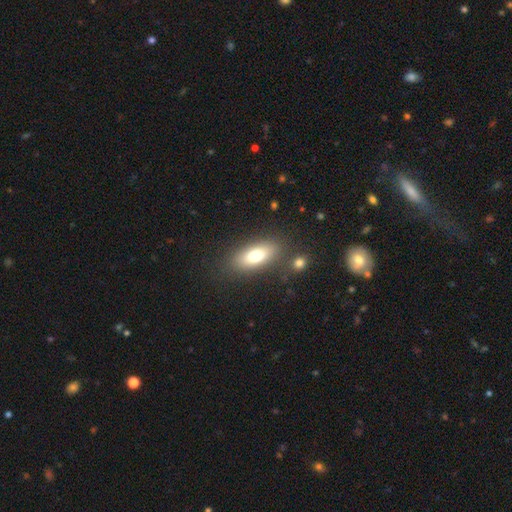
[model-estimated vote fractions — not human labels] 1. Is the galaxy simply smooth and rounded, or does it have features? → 74% smooth, 18% featured or disk, 8% star or artifact.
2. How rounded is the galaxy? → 81% in between, 15% cigar-shaped, 4% round.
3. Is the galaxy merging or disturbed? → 81% none, 11% minor disturbance, 5% merger, 4% major disturbance.